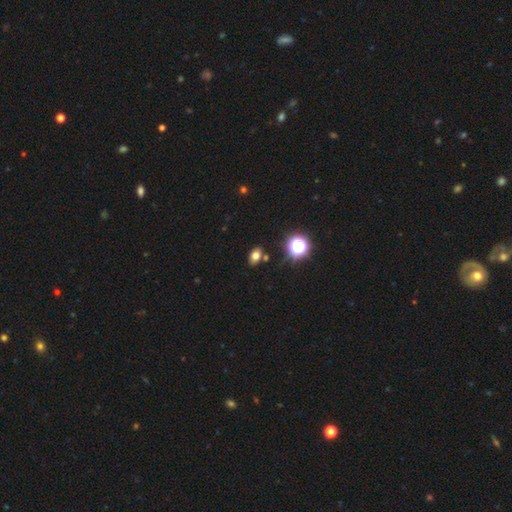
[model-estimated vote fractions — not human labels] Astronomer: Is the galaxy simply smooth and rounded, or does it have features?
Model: smooth — 71%.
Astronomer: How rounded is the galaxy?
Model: in between — 78%.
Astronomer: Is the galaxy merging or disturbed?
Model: none — 79%.